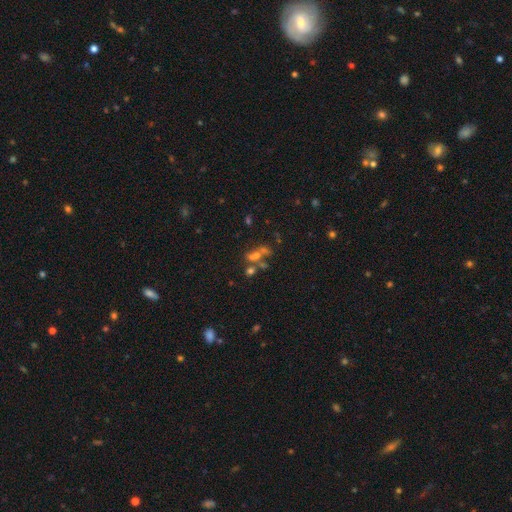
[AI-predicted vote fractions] This appears to be a smooth galaxy with no disk features (36%). Merging: merger (41%).